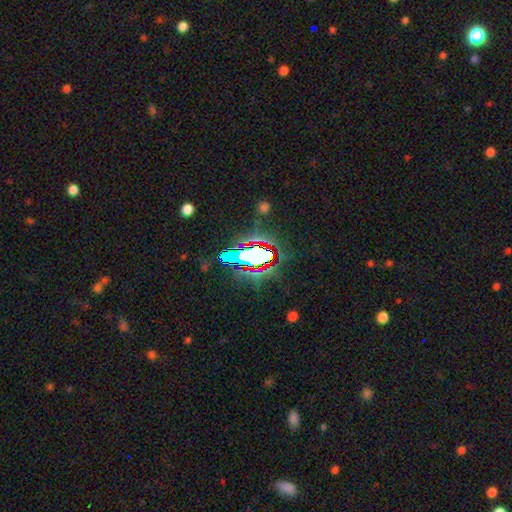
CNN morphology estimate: Smooth or featured? Predicted: star or artifact (p=0.61).